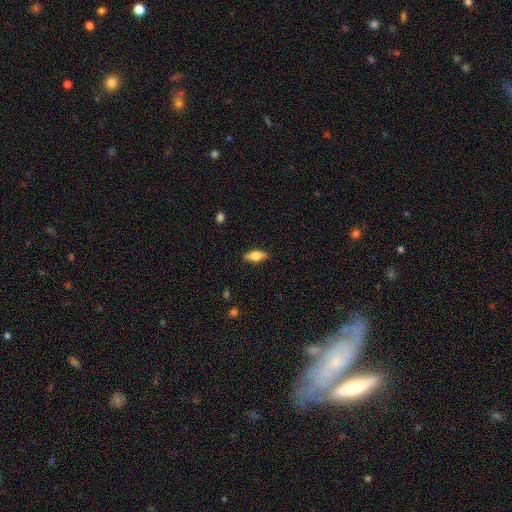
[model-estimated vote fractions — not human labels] Morphology: type=smooth (63%); roundness=in between (72%); merging=none (86%).